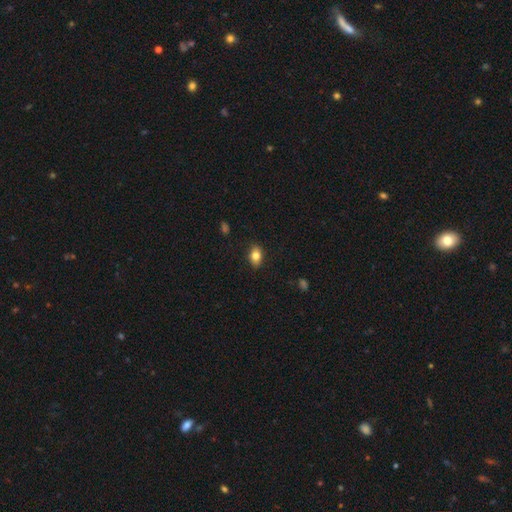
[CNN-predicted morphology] Smooth or featured?
  - smooth: 78% *
  - featured or disk: 13%
  - star or artifact: 8%
How rounded?
  - in between: 82% *
  - round: 15%
  - cigar-shaped: 3%
Merging?
  - none: 85% *
  - minor disturbance: 12%
  - major disturbance: 2%
  - merger: 1%